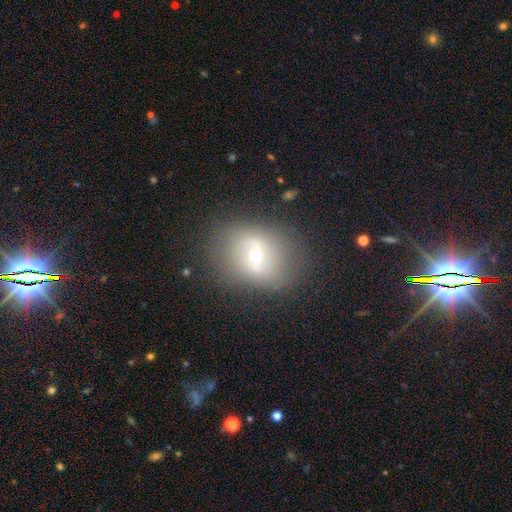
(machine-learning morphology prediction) Smooth or featured? Predicted: featured or disk (p=0.50). Edge-on disk? Predicted: no (p=0.93). Merging? Predicted: none (p=0.78).